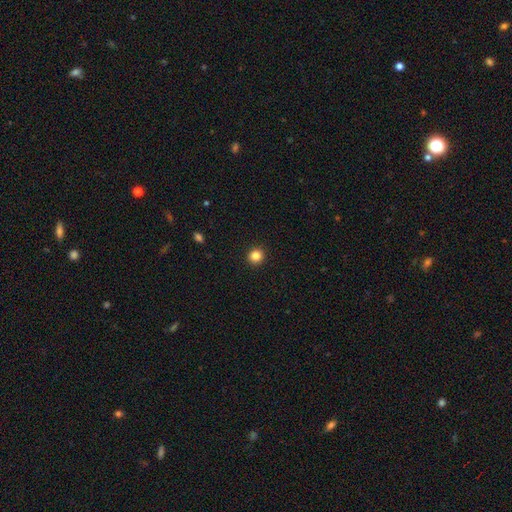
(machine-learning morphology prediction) Smooth or featured? smooth (85%)
How rounded? round (93%)
Merging? none (94%)